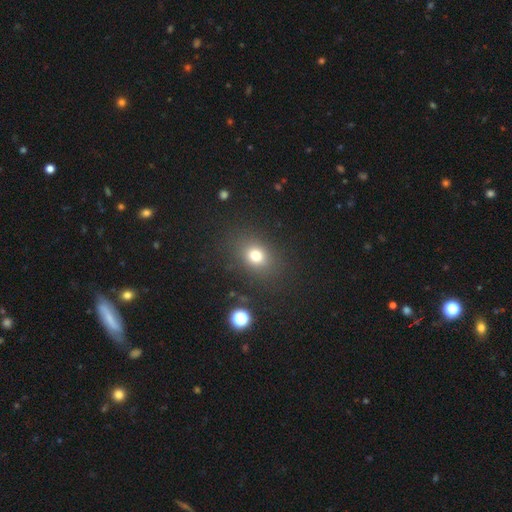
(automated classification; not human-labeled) The model was most divided on "how rounded": round: 51%, in between: 48%, cigar-shaped: 1%. More confident: merging — none (83%); smooth or featured — smooth (77%).